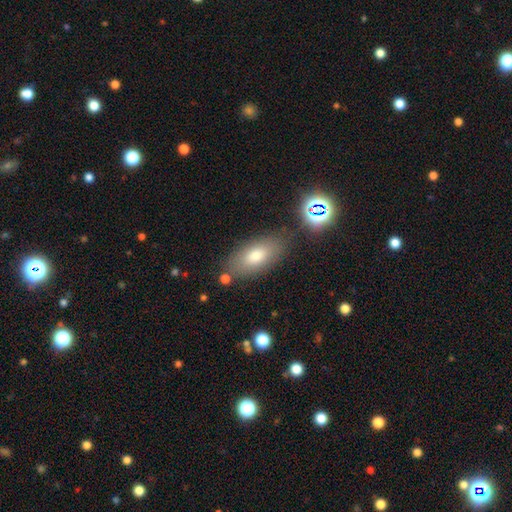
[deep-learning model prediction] Morphology: type=smooth (76%); roundness=in between (88%); merging=none (79%).